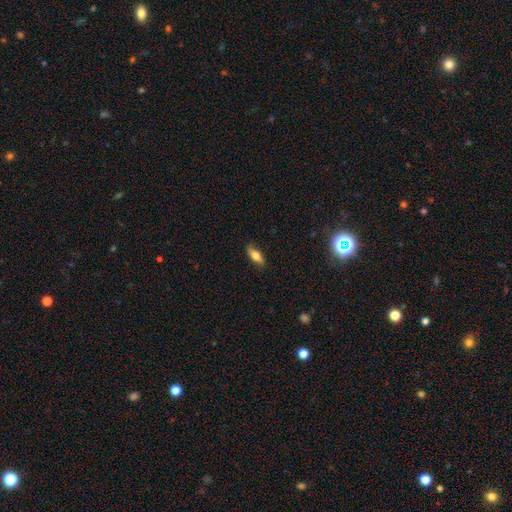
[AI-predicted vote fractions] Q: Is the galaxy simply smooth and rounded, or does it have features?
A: smooth — 73%.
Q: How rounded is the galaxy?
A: in between — 71%.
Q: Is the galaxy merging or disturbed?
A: none — 84%.